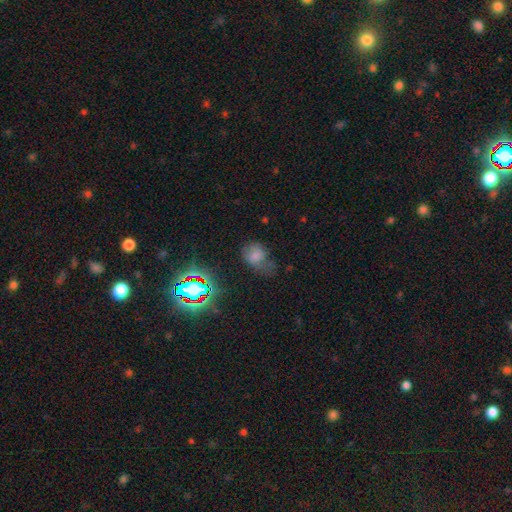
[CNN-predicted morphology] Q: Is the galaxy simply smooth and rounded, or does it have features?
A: smooth — 66%.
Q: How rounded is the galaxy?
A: in between — 58%.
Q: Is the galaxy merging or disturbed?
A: none — 38%.